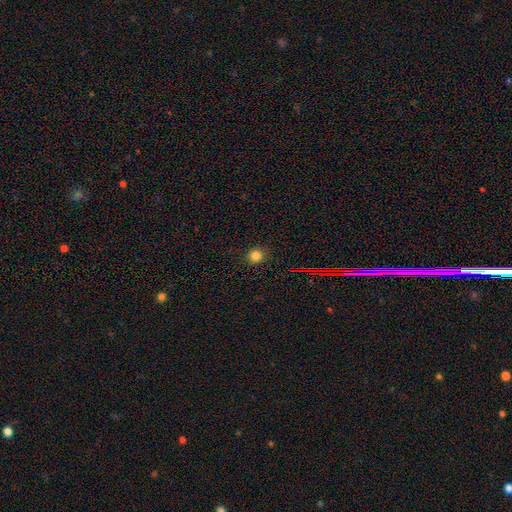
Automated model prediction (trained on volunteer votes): Smooth or featured?
  - smooth: 80% *
  - star or artifact: 15%
  - featured or disk: 5%
How rounded?
  - round: 90% *
  - in between: 9%
  - cigar-shaped: 1%
Merging?
  - none: 90% *
  - minor disturbance: 7%
  - major disturbance: 2%
  - merger: 1%